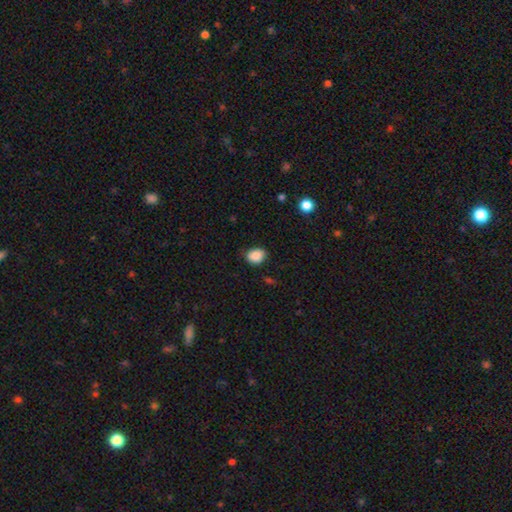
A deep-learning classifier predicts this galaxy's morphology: type=smooth (86%); roundness=in between (53%); merging=none (75%).